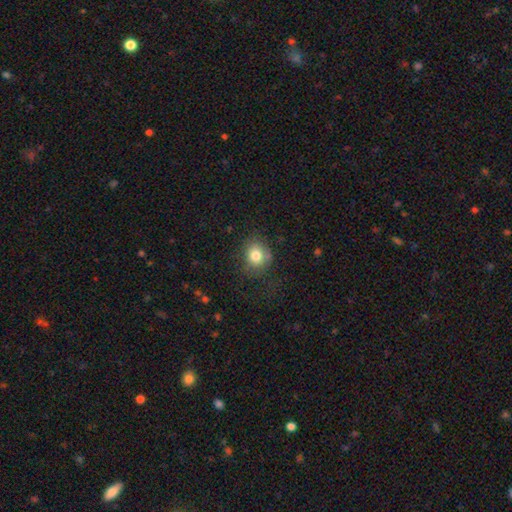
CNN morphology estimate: The model was most divided on "how rounded": round: 73%, in between: 26%, cigar-shaped: 1%. More confident: smooth or featured — smooth (79%); merging — none (69%).